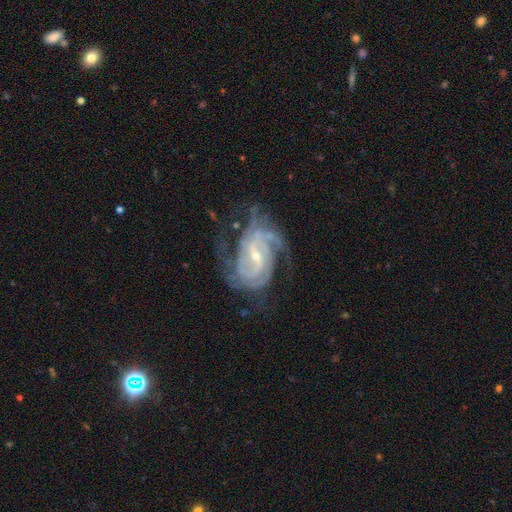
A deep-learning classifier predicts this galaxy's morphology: This appears to be a featured or disk galaxy (91%) with a weak bar (48%), 2 (32%) tight (55%) spiral arms (98%) and a small central bulge (71%). Merging: none (61%).